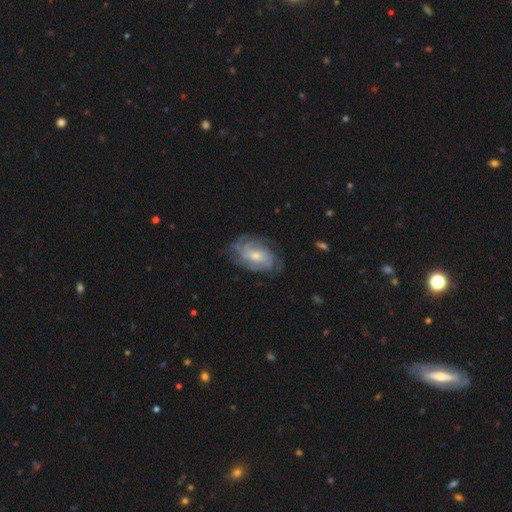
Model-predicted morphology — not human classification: A featured or disk galaxy (74%) with no bar (67%), tight (56%) spiral arms (86%) and a moderate central bulge (50%).

Vote fractions:
- Smooth or featured? featured or disk: 74% / smooth: 20% / star or artifact: 6%
- Edge-on disk? no: 96% / yes: 4%
- Bar? no: 67% / weak: 28% / strong: 5%
- Spiral arms? yes: 86% / no: 14%
- Spiral winding? tight: 56% / medium: 33% / loose: 11%
- Spiral arm count? can't tell: 48% / 2: 19% / 3: 14% / 4: 10% / more than 4: 5% / 1: 5%
- Bulge size? moderate: 50% / small: 42% / large: 4% / none: 2% / dominant: 1%
- Merging? none: 67% / minor disturbance: 21% / major disturbance: 11% / merger: 1%